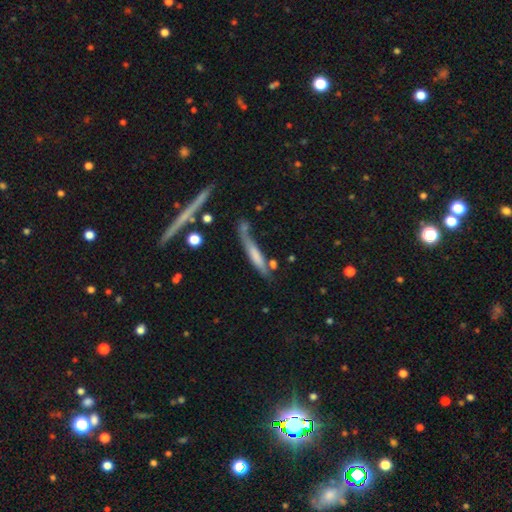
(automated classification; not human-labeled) Smooth or featured? smooth (56%)
How rounded? cigar-shaped (88%)
Merging? none (47%)